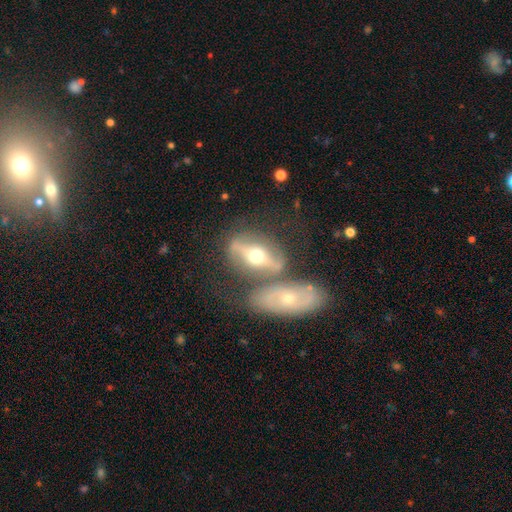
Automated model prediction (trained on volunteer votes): This appears to be a featured or disk galaxy (68%). Merging: none (54%).